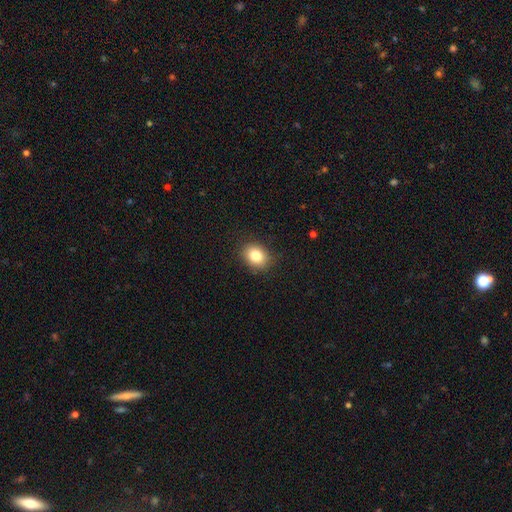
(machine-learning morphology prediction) smooth 82%, star or artifact 10%, featured or disk 8%. Down the decision tree: how rounded — in between (51%); merging — none (87%).